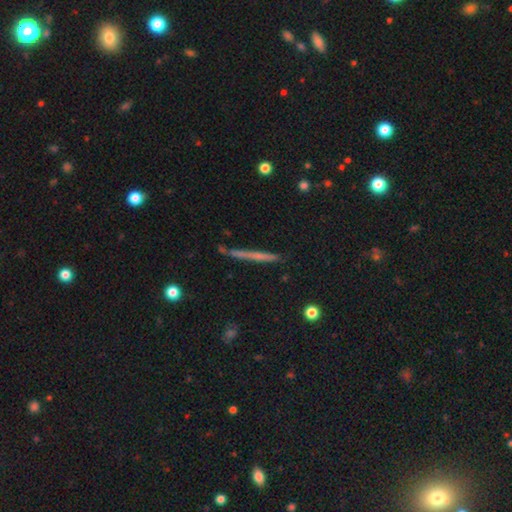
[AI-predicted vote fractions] Q: Smooth or featured?
A: smooth (47%); runner-up: featured or disk (45%)
Q: Merging?
A: none (86%); runner-up: minor disturbance (10%)